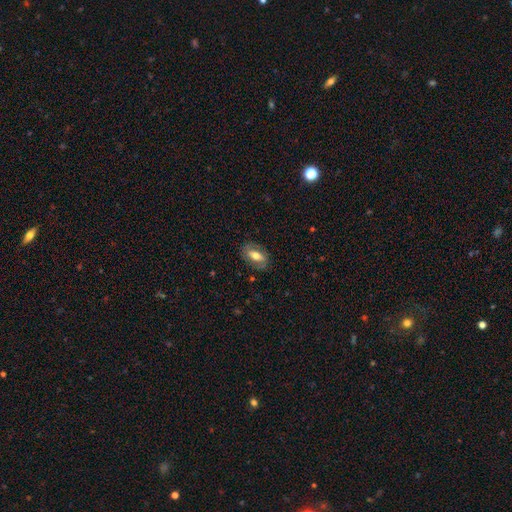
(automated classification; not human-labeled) Q: Smooth or featured?
A: featured or disk (49%); runner-up: smooth (44%)
Q: Merging?
A: none (78%); runner-up: minor disturbance (15%)